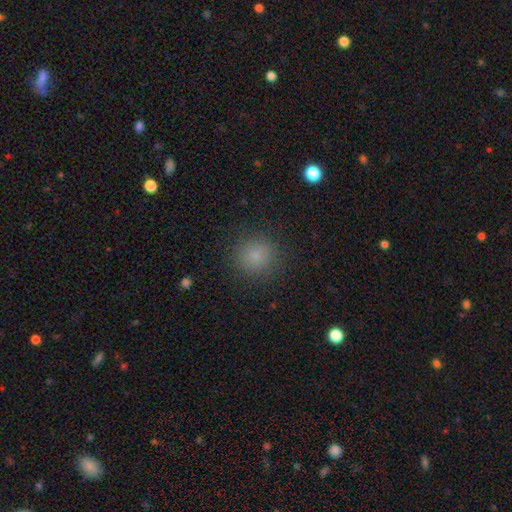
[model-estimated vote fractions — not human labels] smooth-or-featured: smooth: 82% | star or artifact: 13% | featured or disk: 5%
  how-rounded: round: 90% | in between: 9% | cigar-shaped: 1%
  merging: none: 89% | minor disturbance: 7% | major disturbance: 3% | merger: 1%